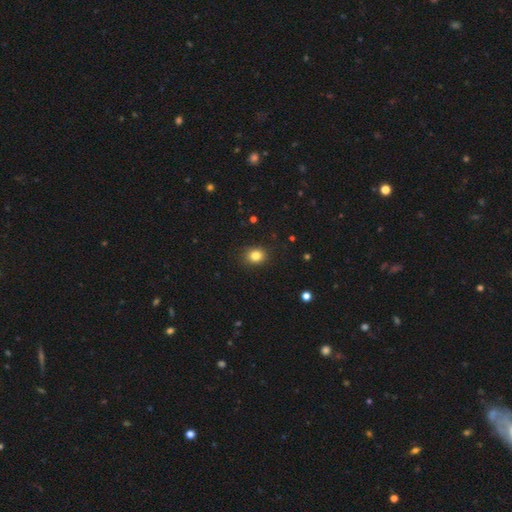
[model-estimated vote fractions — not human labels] The model was most divided on "how rounded": round: 58%, in between: 41%, cigar-shaped: 1%. More confident: merging — none (88%); smooth or featured — smooth (83%).